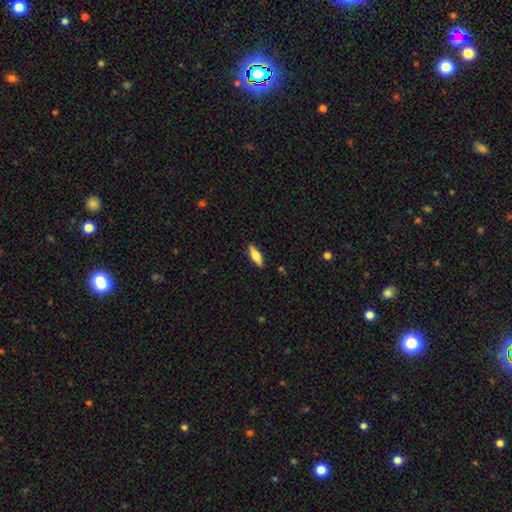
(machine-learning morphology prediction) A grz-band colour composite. It shows a smooth galaxy with no disk features (57%) that is in between round and cigar-shaped (49%). Merging: none (88%).